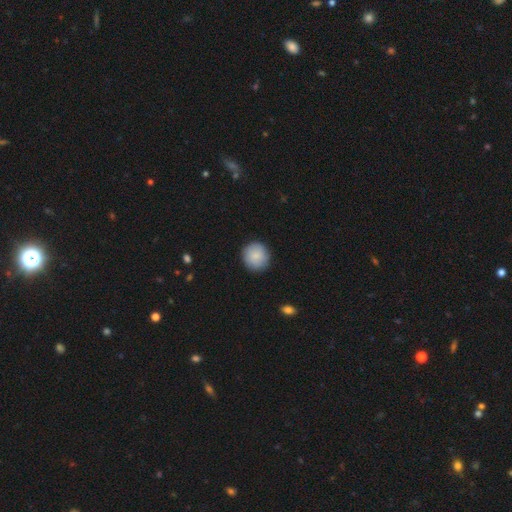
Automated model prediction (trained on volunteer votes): Morphology: type=smooth (86%); roundness=round (93%); merging=none (89%).